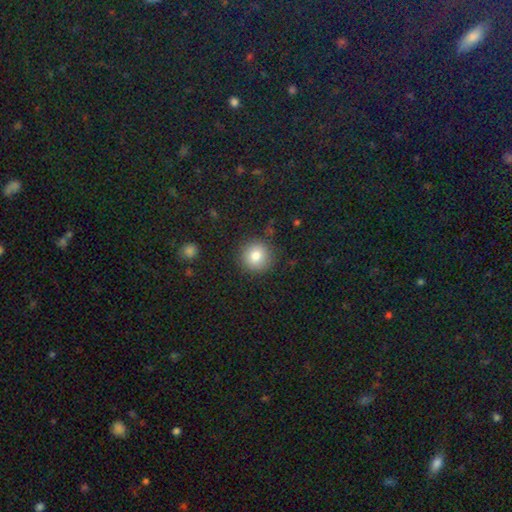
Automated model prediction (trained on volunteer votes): Q: Smooth or featured?
A: smooth (81%); runner-up: star or artifact (11%)
Q: How rounded?
A: round (93%); runner-up: in between (6%)
Q: Merging?
A: none (88%); runner-up: minor disturbance (8%)